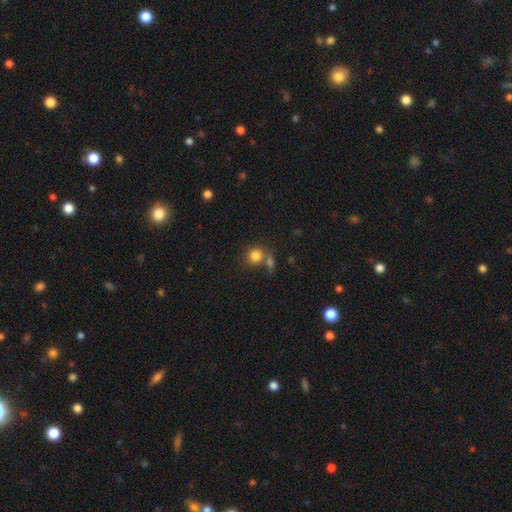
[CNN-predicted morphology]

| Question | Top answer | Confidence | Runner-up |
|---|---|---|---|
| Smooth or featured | smooth | 83% | star or artifact (11%) |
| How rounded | round | 85% | in between (14%) |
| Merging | none | 58% | merger (27%) |